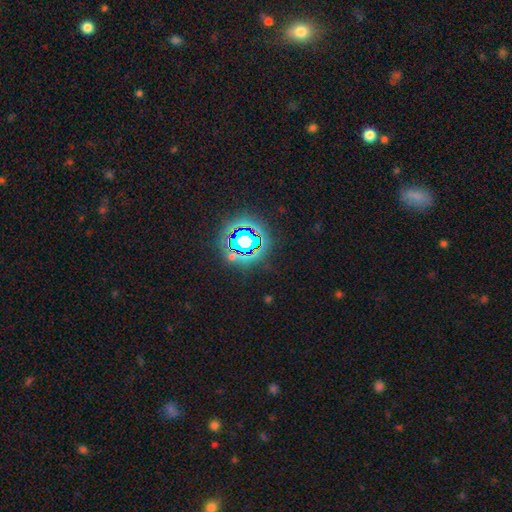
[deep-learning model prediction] smooth_or_featured: star or artifact (p=0.82) [alt: smooth p=0.12]